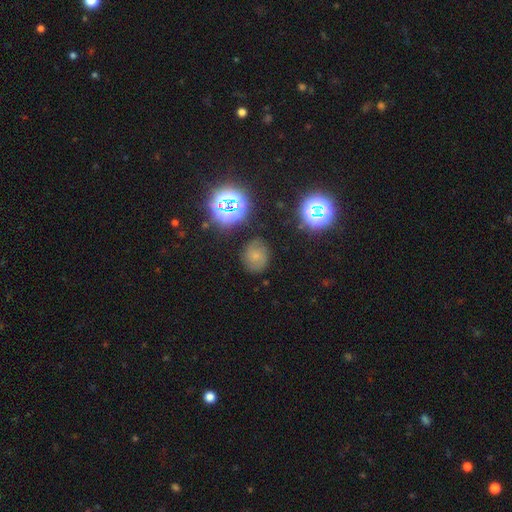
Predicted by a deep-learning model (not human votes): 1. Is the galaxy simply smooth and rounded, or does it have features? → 54% smooth, 25% star or artifact, 21% featured or disk.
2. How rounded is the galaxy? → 58% round, 40% in between, 1% cigar-shaped.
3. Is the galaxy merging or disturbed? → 72% none, 19% minor disturbance, 6% major disturbance, 3% merger.